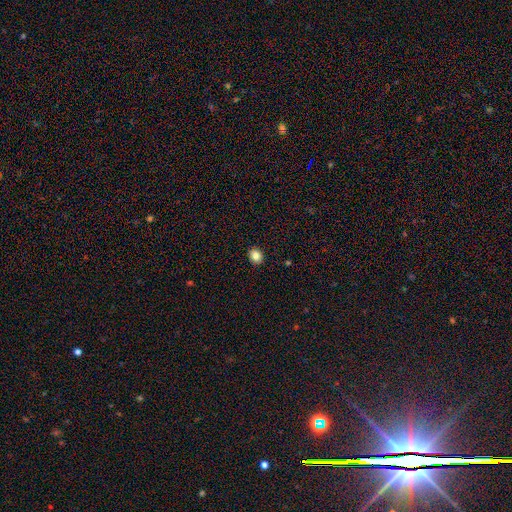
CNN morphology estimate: type=smooth (84%); roundness=round (66%); merging=none (91%).